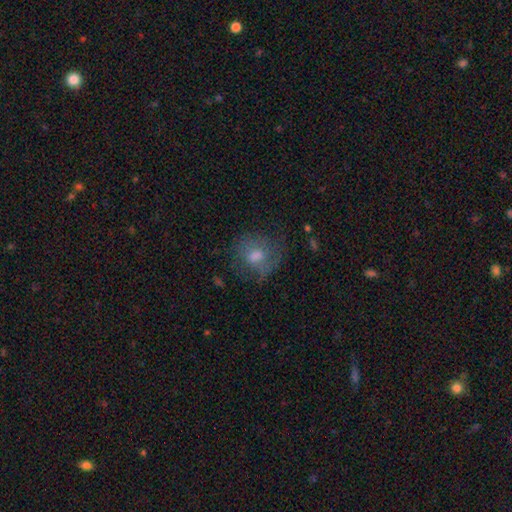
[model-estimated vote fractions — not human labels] smooth-or-featured: smooth: 50% | featured or disk: 35% | star or artifact: 14%
  how-rounded: round: 69% | in between: 30% | cigar-shaped: 1%
  merging: none: 62% | minor disturbance: 21% | major disturbance: 15% | merger: 2%